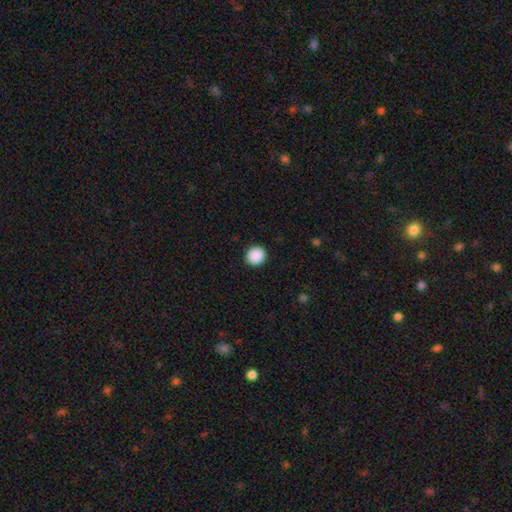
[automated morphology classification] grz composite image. It shows a smooth galaxy with no disk features (90%) that is round (92%). Merging: none (92%).